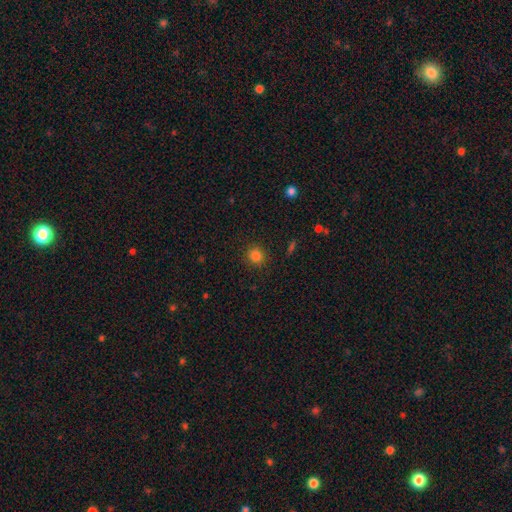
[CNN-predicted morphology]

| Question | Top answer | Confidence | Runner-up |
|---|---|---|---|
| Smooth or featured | smooth | 83% | star or artifact (13%) |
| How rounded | round | 86% | in between (13%) |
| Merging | none | 89% | minor disturbance (7%) |